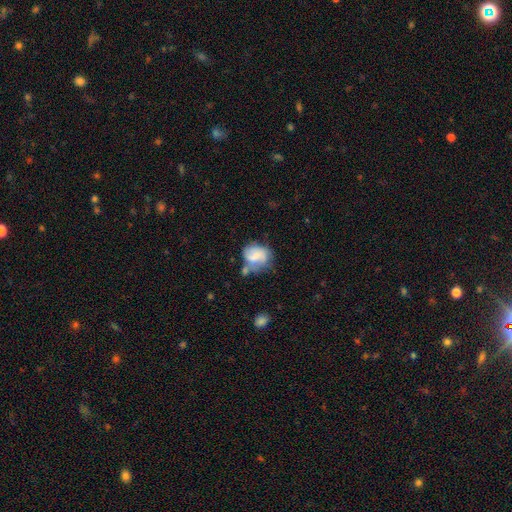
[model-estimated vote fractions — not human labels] smooth 55%, featured or disk 37%, star or artifact 8%. Down the decision tree: how rounded — round (56%); merging — none (36%).